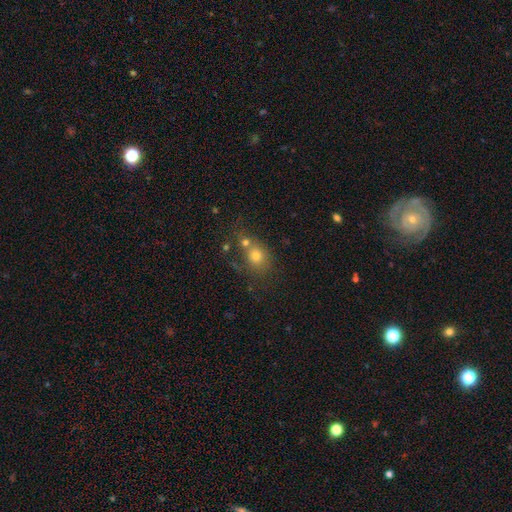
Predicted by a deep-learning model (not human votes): A smooth galaxy with no disk features (70%) that is round (71%).

Vote fractions:
- Smooth or featured? smooth: 70% / star or artifact: 16% / featured or disk: 14%
- How rounded? round: 71% / in between: 28% / cigar-shaped: 1%
- Merging? none: 47% / merger: 33% / minor disturbance: 13% / major disturbance: 7%